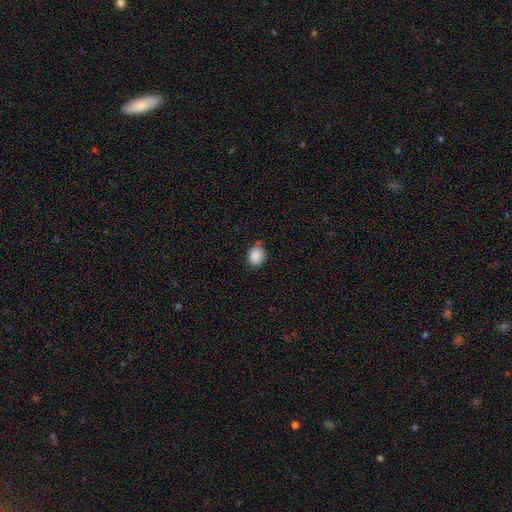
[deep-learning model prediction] Smooth or featured? smooth (88%)
How rounded? round (67%)
Merging? none (78%)